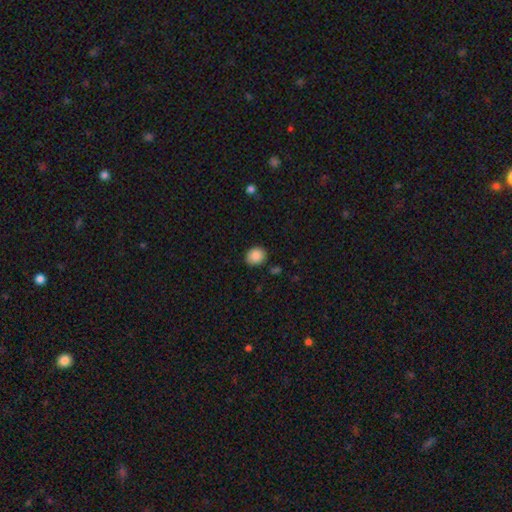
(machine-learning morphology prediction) Smooth or featured? smooth (88%)
How rounded? round (62%)
Merging? none (86%)